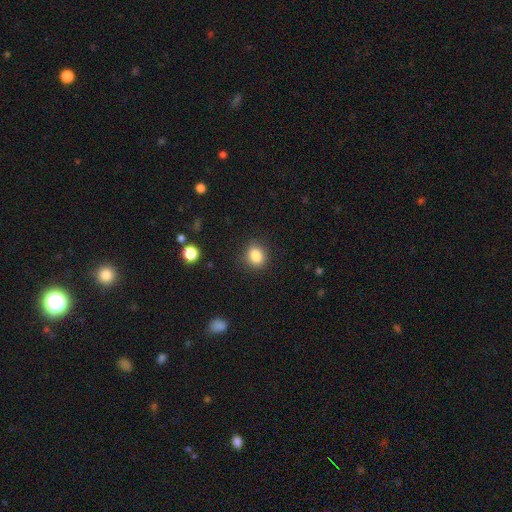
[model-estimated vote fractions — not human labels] This is clearly a smooth galaxy (85%). How rounded: possibly round (57%). Merging: clearly none (86%).